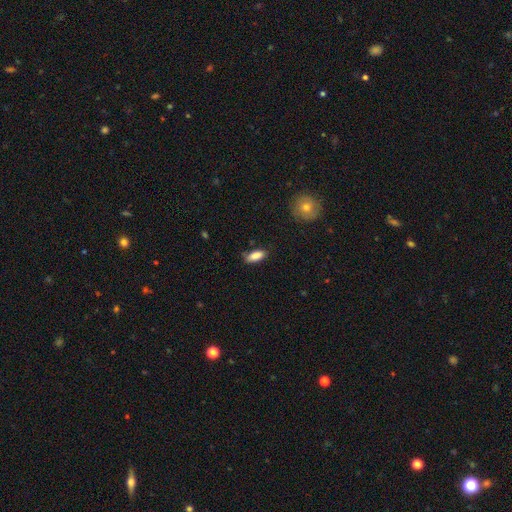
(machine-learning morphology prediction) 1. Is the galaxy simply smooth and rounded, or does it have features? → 86% smooth, 7% star or artifact, 7% featured or disk.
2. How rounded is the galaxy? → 80% in between, 18% cigar-shaped, 2% round.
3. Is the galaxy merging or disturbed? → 75% none, 20% minor disturbance, 4% major disturbance, 2% merger.